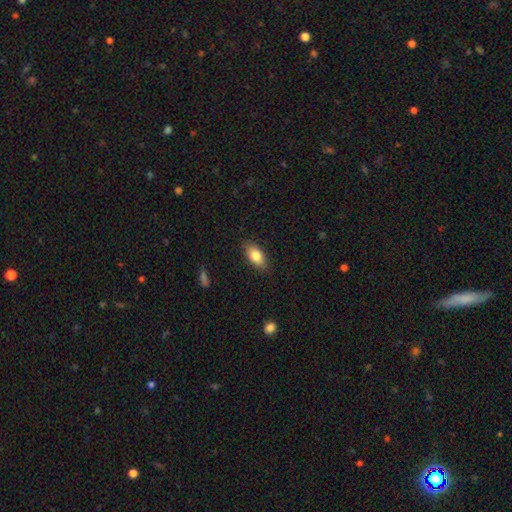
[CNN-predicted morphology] A smooth galaxy with no disk features (81%) that is in between round and cigar-shaped (89%). Merging: none (86%).